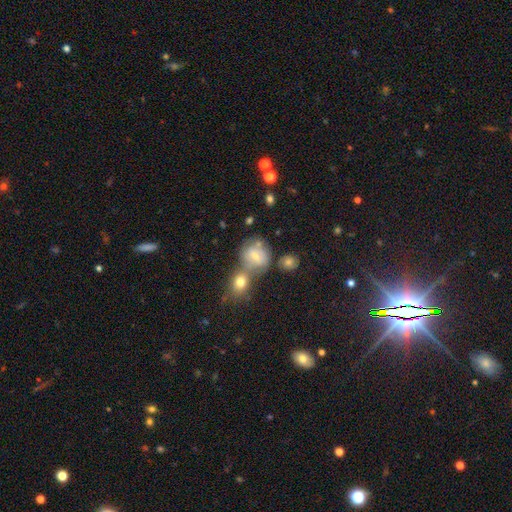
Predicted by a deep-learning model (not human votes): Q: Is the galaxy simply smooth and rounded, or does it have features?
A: smooth — 53%.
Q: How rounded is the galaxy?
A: round — 71%.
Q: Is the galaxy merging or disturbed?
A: merger — 39%.